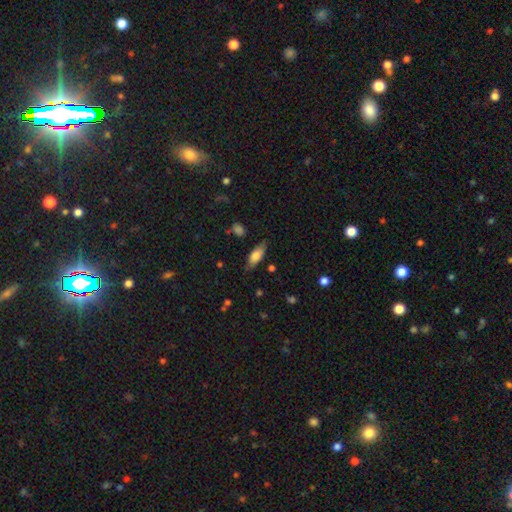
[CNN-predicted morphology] type=smooth (75%); roundness=in between (76%); merging=none (75%).